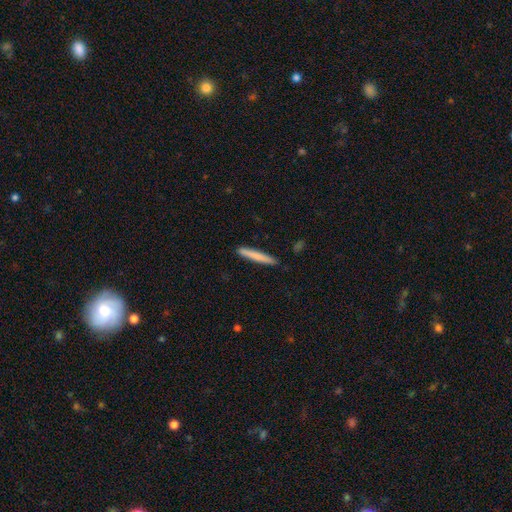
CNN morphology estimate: Q: Smooth or featured?
A: smooth (74%); runner-up: featured or disk (20%)
Q: How rounded?
A: cigar-shaped (96%); runner-up: in between (3%)
Q: Merging?
A: none (89%); runner-up: minor disturbance (8%)